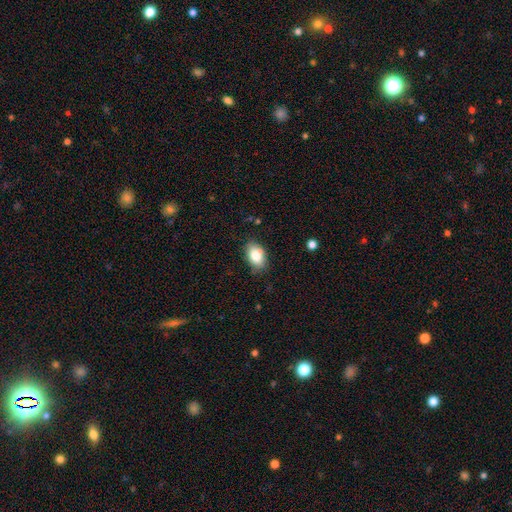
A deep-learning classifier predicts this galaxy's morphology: smooth-or-featured: smooth: 82% | featured or disk: 10% | star or artifact: 8%
  how-rounded: in between: 87% | round: 12% | cigar-shaped: 2%
  merging: none: 77% | minor disturbance: 17% | major disturbance: 3% | merger: 2%